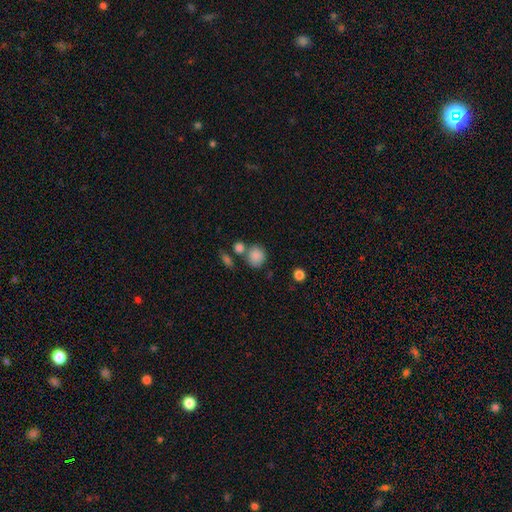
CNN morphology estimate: Smooth or featured?
  - smooth: 85% *
  - star or artifact: 9%
  - featured or disk: 6%
How rounded?
  - round: 79% *
  - in between: 20%
  - cigar-shaped: 1%
Merging?
  - none: 59% *
  - merger: 23%
  - minor disturbance: 13%
  - major disturbance: 5%